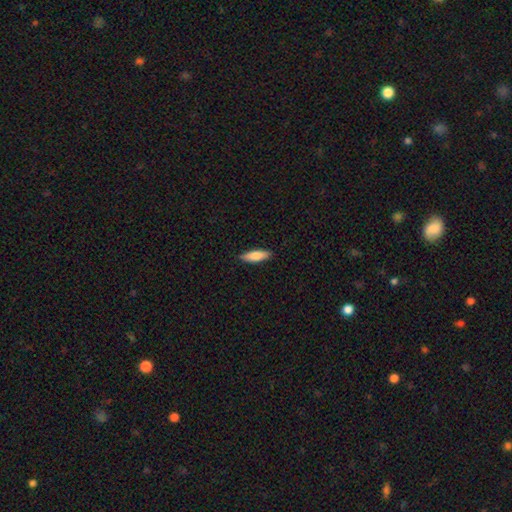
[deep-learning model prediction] smooth 81%, featured or disk 13%, star or artifact 5%. Down the decision tree: how rounded — cigar-shaped (52%); merging — none (89%).